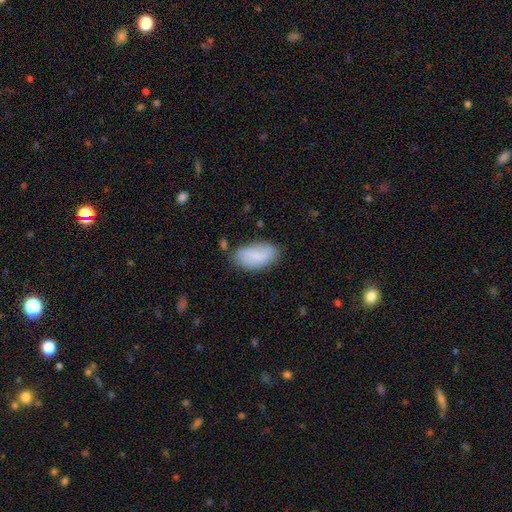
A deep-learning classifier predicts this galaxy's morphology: The model was most divided on "merging": none: 69%, minor disturbance: 23%, major disturbance: 5%, merger: 4%. More confident: how rounded — in between (94%); smooth or featured — smooth (78%).